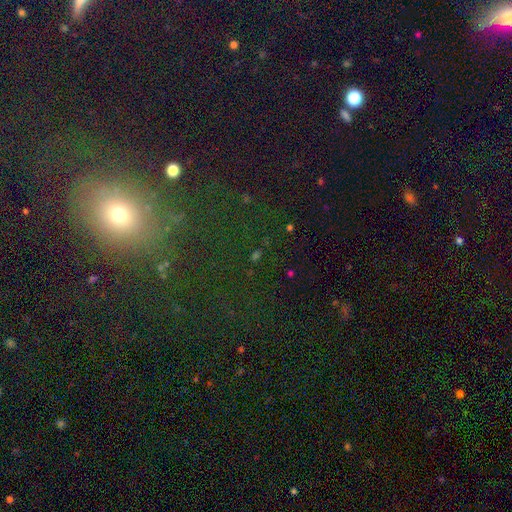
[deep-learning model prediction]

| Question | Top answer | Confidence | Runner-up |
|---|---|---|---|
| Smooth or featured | star or artifact | 68% | smooth (20%) |